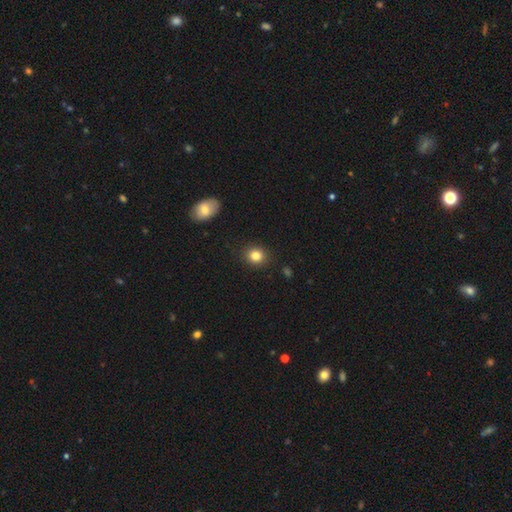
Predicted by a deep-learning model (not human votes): Smooth or featured?
  - smooth: 83% *
  - star or artifact: 11%
  - featured or disk: 6%
How rounded?
  - round: 74% *
  - in between: 25%
  - cigar-shaped: 1%
Merging?
  - none: 89% *
  - minor disturbance: 7%
  - major disturbance: 2%
  - merger: 1%